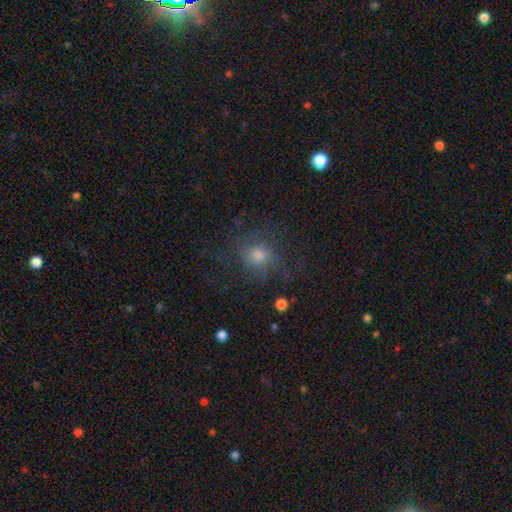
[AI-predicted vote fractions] This is possibly a smooth galaxy (54%). How rounded: clearly round (81%). Merging: likely none (65%).